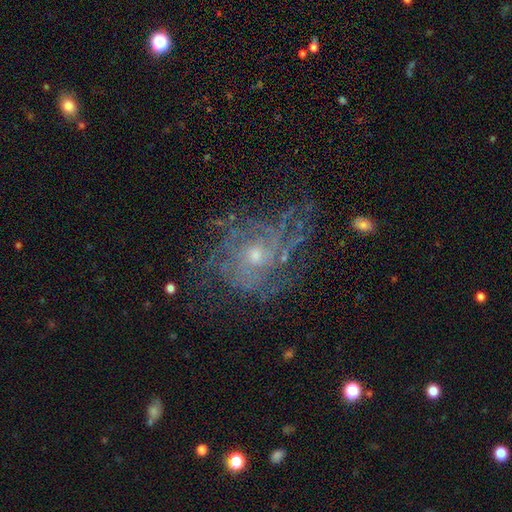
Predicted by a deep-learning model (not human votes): Smooth or featured? Predicted: featured or disk (p=0.79). Edge-on disk? Predicted: no (p=0.97). Bar? Predicted: no (p=0.80). Spiral arms? Predicted: yes (p=0.84). Spiral winding? Predicted: tight (p=0.56). Spiral arm count? Predicted: can't tell (p=0.48). Bulge size? Predicted: small (p=0.51). Merging? Predicted: none (p=0.62).